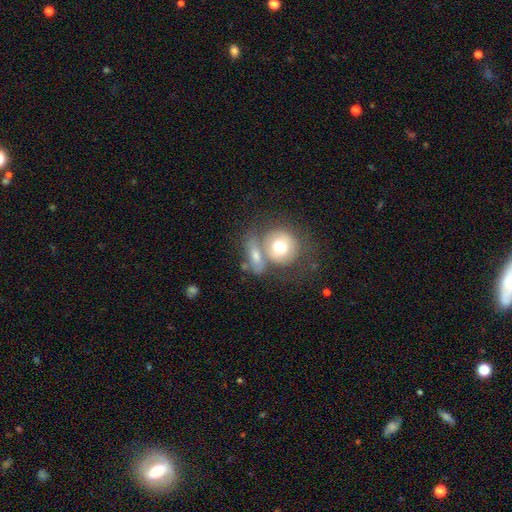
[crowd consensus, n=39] smooth_or_featured: smooth (p=0.62) [alt: featured or disk p=0.31]
how_rounded: in between (p=0.54) [alt: round p=0.46]
merging: merger (p=0.58) [alt: none p=0.36]